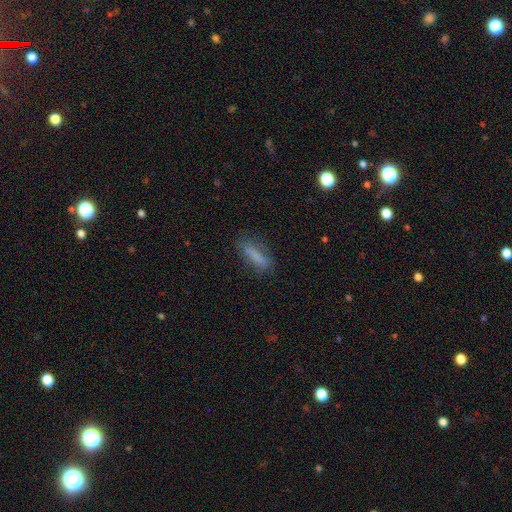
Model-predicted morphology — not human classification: smooth-or-featured: smooth: 76% | featured or disk: 14% | star or artifact: 10%
  how-rounded: cigar-shaped: 68% | in between: 30% | round: 2%
  merging: none: 75% | minor disturbance: 17% | major disturbance: 6% | merger: 2%